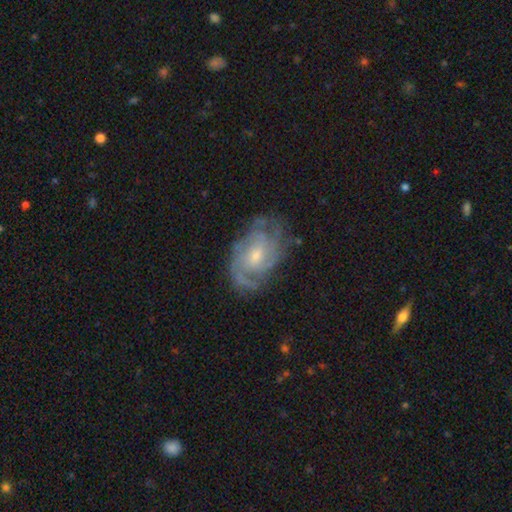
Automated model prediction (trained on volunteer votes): Q: Smooth or featured?
A: featured or disk (83%); runner-up: smooth (11%)
Q: Edge-on disk?
A: no (97%); runner-up: yes (3%)
Q: Bar?
A: no (62%); runner-up: weak (33%)
Q: Spiral arms?
A: yes (93%); runner-up: no (7%)
Q: Spiral winding?
A: tight (55%); runner-up: medium (35%)
Q: Spiral arm count?
A: can't tell (35%); runner-up: 2 (26%)
Q: Bulge size?
A: small (47%); tied with: moderate (47%)
Q: Merging?
A: none (70%); runner-up: minor disturbance (20%)